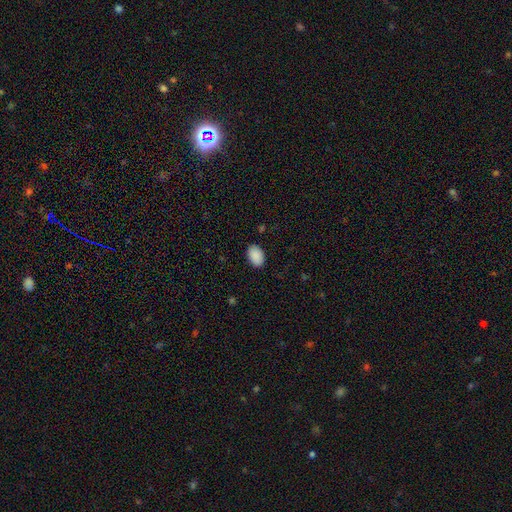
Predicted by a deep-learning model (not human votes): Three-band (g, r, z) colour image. It shows a smooth galaxy with no disk features (91%) that is in between round and cigar-shaped (89%). Merging: none (88%).